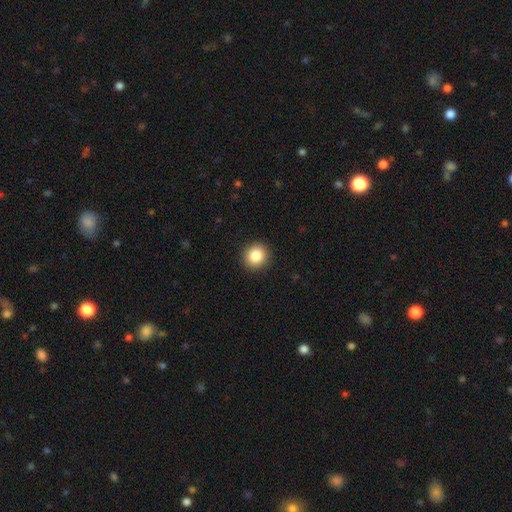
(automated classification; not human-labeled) Smooth or featured? Predicted: smooth (p=0.86). How rounded? Predicted: round (p=0.90). Merging? Predicted: none (p=0.92).